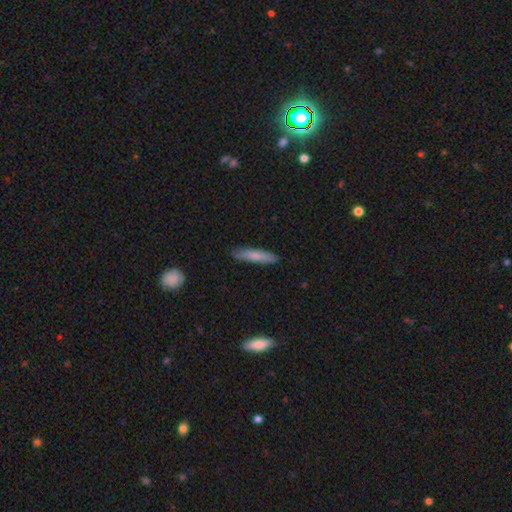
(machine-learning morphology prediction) Smooth or featured?
  - smooth: 78% *
  - featured or disk: 16%
  - star or artifact: 6%
How rounded?
  - cigar-shaped: 85% *
  - in between: 14%
  - round: 1%
Merging?
  - none: 86% *
  - minor disturbance: 11%
  - major disturbance: 2%
  - merger: 1%